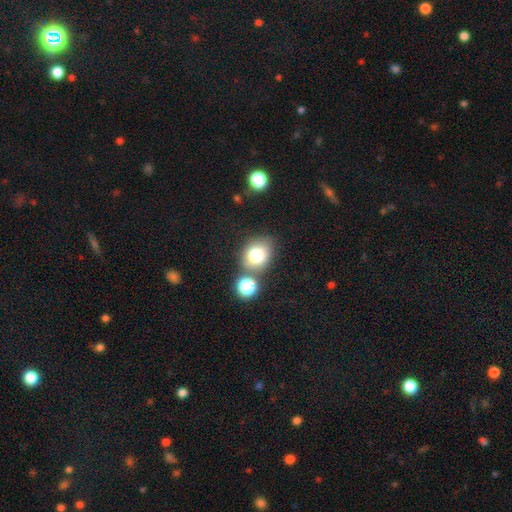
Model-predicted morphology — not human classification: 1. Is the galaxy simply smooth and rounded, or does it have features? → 77% smooth, 12% star or artifact, 11% featured or disk.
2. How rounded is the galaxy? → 53% round, 46% in between, 1% cigar-shaped.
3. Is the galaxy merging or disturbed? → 65% none, 16% merger, 14% minor disturbance, 5% major disturbance.